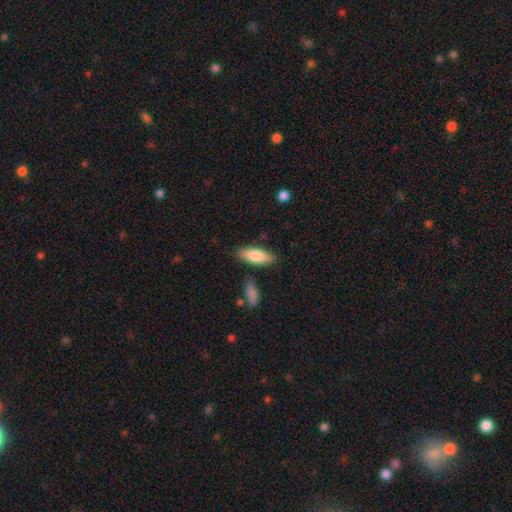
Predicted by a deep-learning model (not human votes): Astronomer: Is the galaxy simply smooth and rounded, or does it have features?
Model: smooth — 81%.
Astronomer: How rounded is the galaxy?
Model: in between — 73%.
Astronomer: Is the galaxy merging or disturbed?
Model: none — 81%.